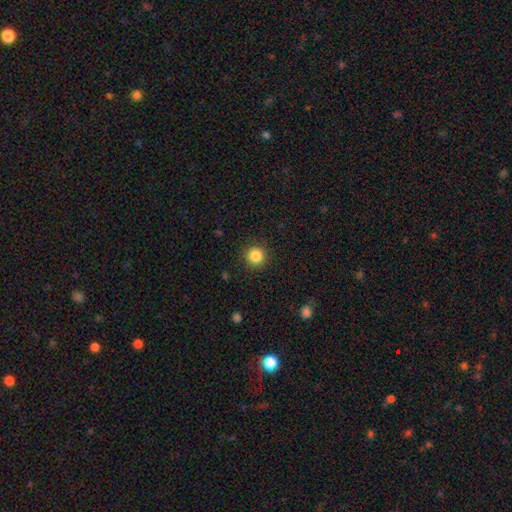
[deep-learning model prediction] Q: Smooth or featured?
A: smooth (85%); runner-up: star or artifact (11%)
Q: How rounded?
A: round (95%); runner-up: in between (4%)
Q: Merging?
A: none (91%); runner-up: minor disturbance (5%)